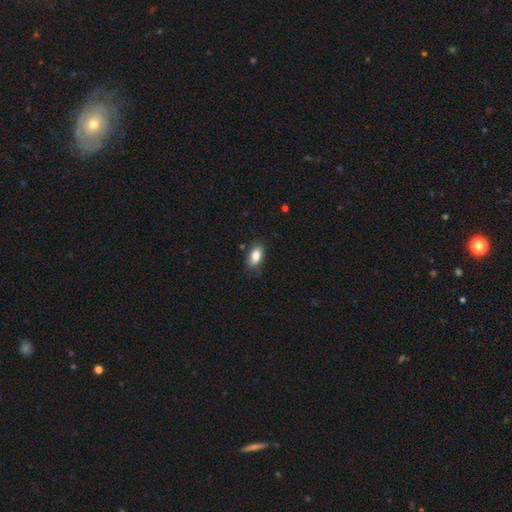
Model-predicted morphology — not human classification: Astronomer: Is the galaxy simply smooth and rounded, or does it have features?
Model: smooth — 86%.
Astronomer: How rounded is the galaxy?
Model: in between — 91%.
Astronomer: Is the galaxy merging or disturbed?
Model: none — 82%.